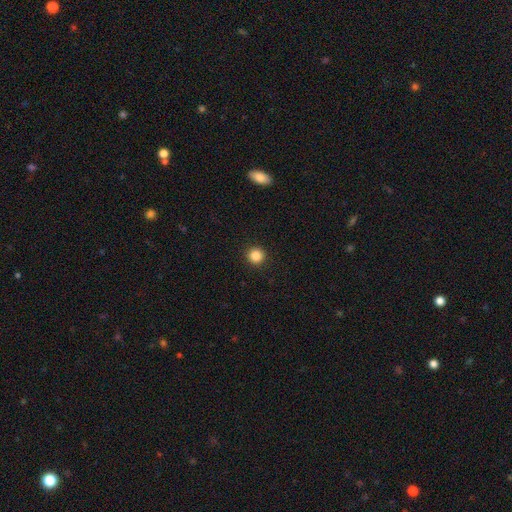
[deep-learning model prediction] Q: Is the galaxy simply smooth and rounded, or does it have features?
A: smooth — 86%.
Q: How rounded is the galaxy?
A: round — 95%.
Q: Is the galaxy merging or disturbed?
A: none — 93%.